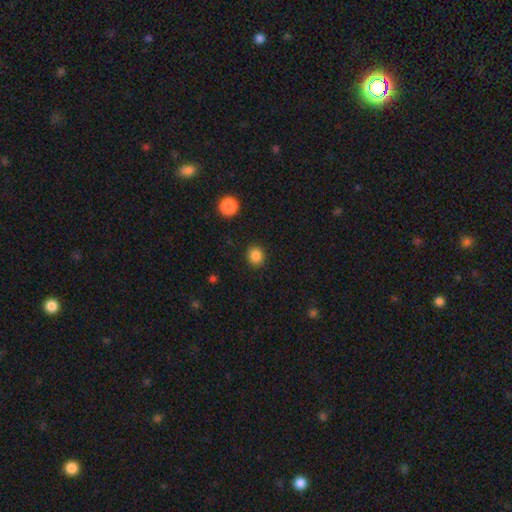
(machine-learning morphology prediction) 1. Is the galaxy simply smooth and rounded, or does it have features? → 86% smooth, 11% star or artifact, 3% featured or disk.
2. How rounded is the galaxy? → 86% round, 13% in between, 1% cigar-shaped.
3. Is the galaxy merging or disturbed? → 91% none, 6% minor disturbance, 2% major disturbance, 1% merger.